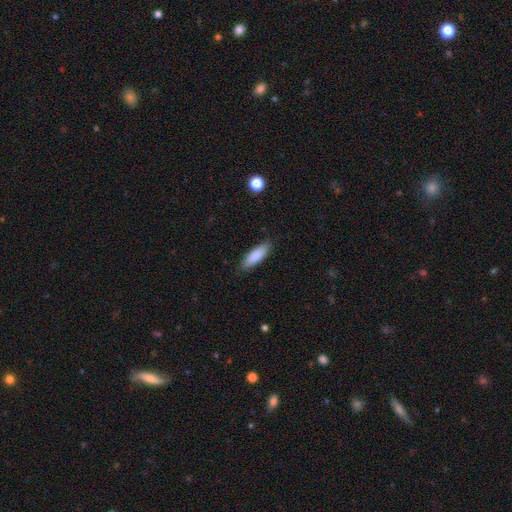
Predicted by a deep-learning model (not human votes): smooth_or_featured: smooth (p=0.84) [alt: featured or disk p=0.10]
how_rounded: cigar-shaped (p=0.51) [alt: in between p=0.47]
merging: none (p=0.88) [alt: minor disturbance p=0.09]